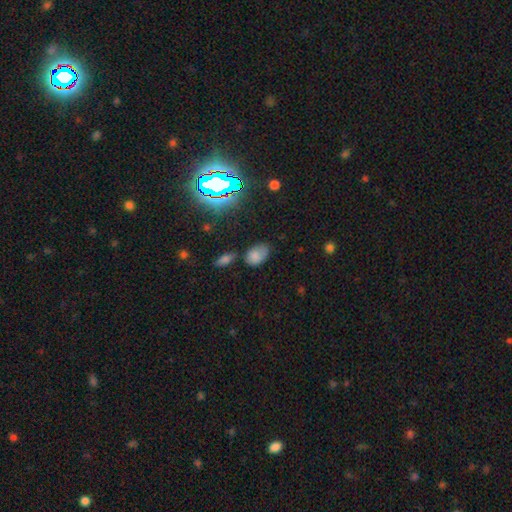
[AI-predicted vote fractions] smooth-or-featured: smooth: 73% | star or artifact: 16% | featured or disk: 11%
  how-rounded: in between: 87% | round: 12% | cigar-shaped: 1%
  merging: none: 61% | minor disturbance: 24% | merger: 8% | major disturbance: 7%